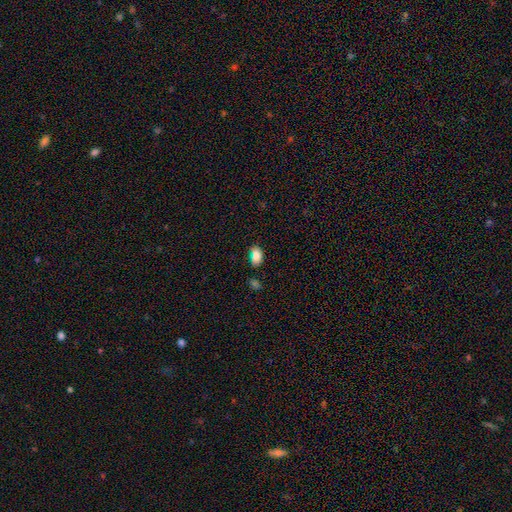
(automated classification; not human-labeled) A smooth galaxy with no disk features (84%) that is in between round and cigar-shaped (89%).

Vote fractions:
- Smooth or featured? smooth: 84% / star or artifact: 9% / featured or disk: 7%
- How rounded? in between: 89% / round: 9% / cigar-shaped: 2%
- Merging? none: 61% / minor disturbance: 26% / merger: 8% / major disturbance: 6%